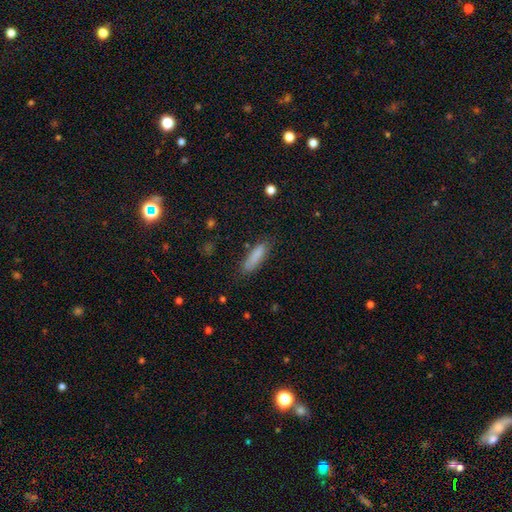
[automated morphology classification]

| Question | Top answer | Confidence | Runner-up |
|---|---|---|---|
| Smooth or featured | smooth | 85% | featured or disk (8%) |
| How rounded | cigar-shaped | 60% | in between (38%) |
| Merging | none | 77% | minor disturbance (17%) |